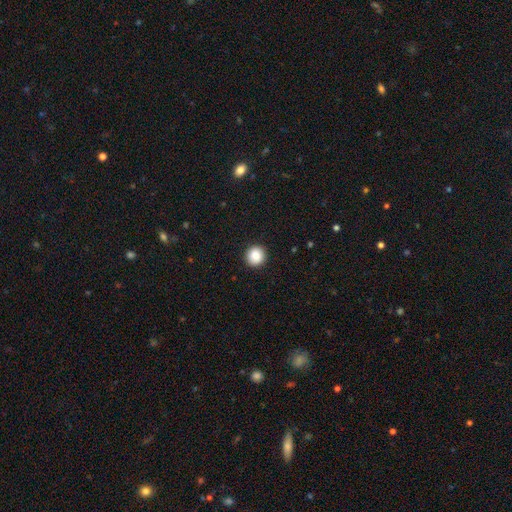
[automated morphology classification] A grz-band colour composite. It shows a smooth galaxy with no disk features (87%) that is round (93%). Merging: none (92%).